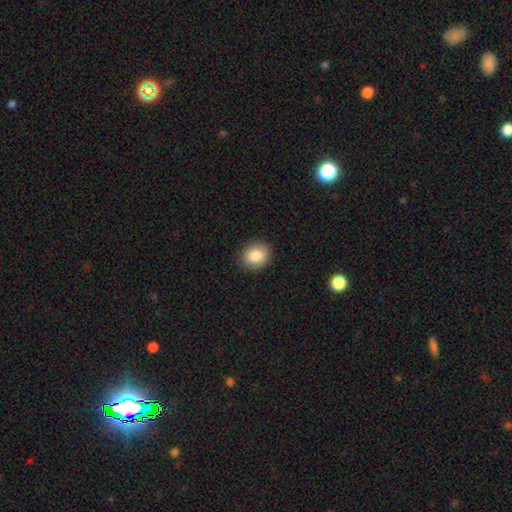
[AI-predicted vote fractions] Smooth or featured? smooth (84%)
How rounded? round (59%)
Merging? none (89%)